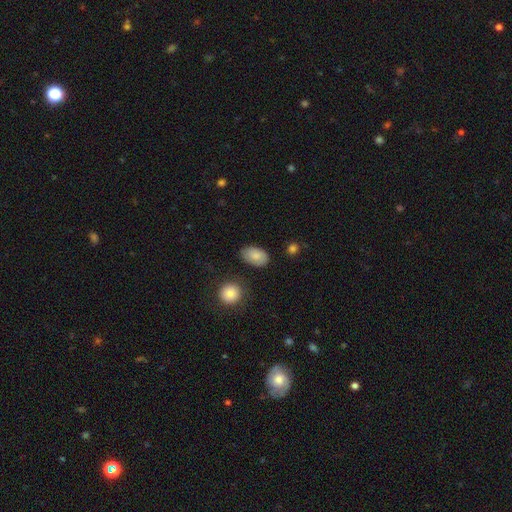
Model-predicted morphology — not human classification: Smooth or featured: smooth — 83% (featured or disk — 10%)
How rounded: in between — 90% (round — 9%)
Merging: none — 76% (minor disturbance — 17%)